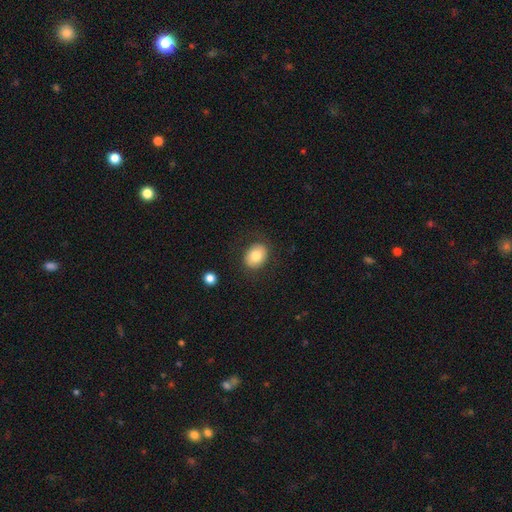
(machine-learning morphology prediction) Smooth or featured? Predicted: smooth (p=0.79). How rounded? Predicted: in between (p=0.54). Merging? Predicted: none (p=0.83).